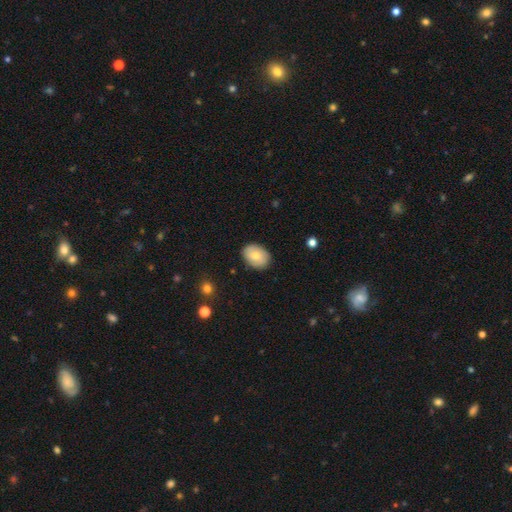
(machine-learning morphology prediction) Smooth or featured? smooth (77%)
How rounded? in between (76%)
Merging? none (86%)